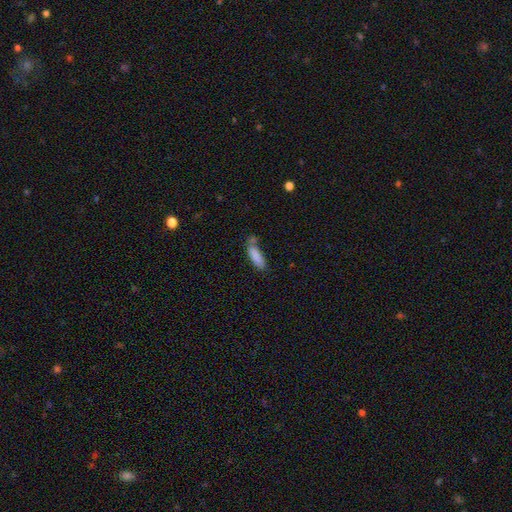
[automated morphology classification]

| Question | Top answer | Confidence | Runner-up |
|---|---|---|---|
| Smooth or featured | smooth | 85% | star or artifact (8%) |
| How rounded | in between | 51% | cigar-shaped (47%) |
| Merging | none | 53% | minor disturbance (22%) |